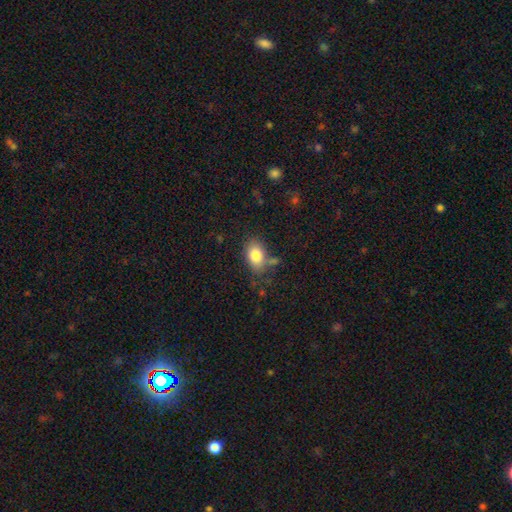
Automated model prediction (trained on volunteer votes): smooth 83%, featured or disk 9%, star or artifact 8%. Down the decision tree: how rounded — in between (84%); merging — none (70%).